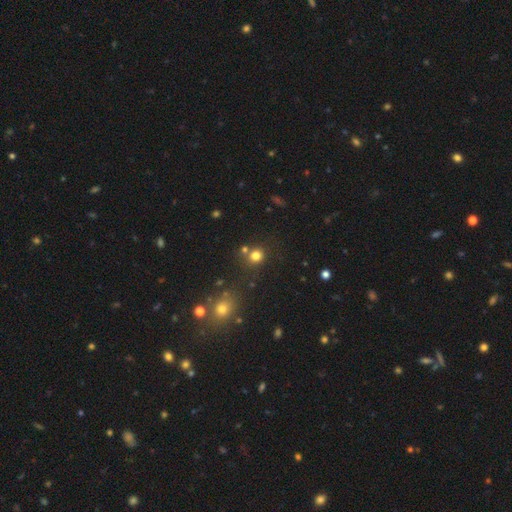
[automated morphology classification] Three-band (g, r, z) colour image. It shows a smooth galaxy with no disk features (76%) that is round (88%). Merging: none (72%).